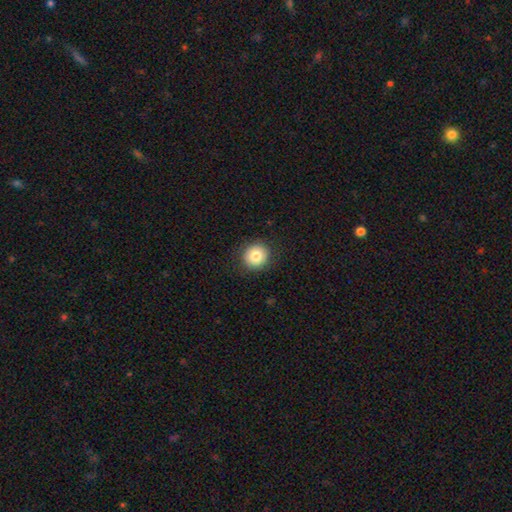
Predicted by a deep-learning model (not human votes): Q: Smooth or featured?
A: smooth (83%); runner-up: star or artifact (9%)
Q: How rounded?
A: round (89%); runner-up: in between (10%)
Q: Merging?
A: none (89%); runner-up: minor disturbance (8%)